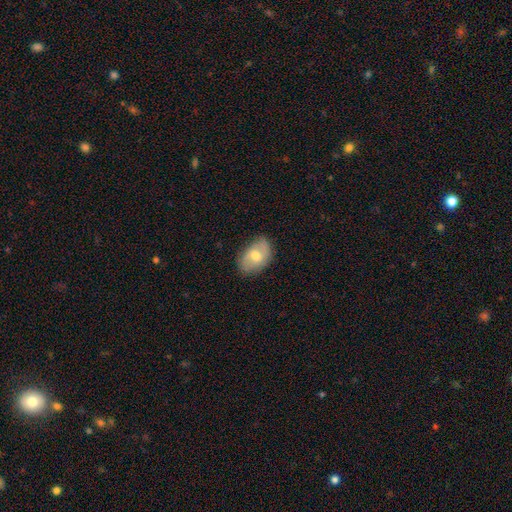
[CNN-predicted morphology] Smooth or featured? smooth (60%)
How rounded? in between (87%)
Merging? none (76%)